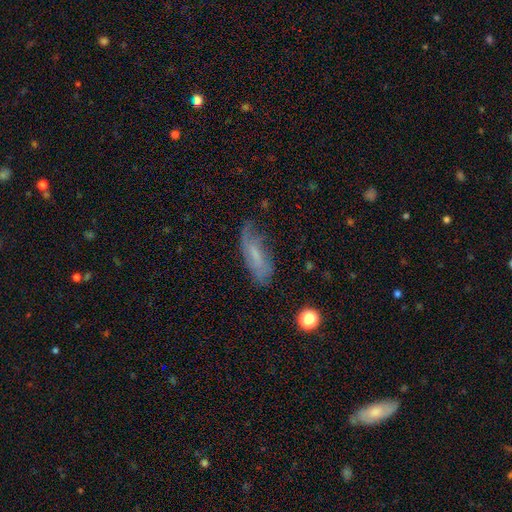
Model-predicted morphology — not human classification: Smooth or featured? smooth (49%)
Merging? none (58%)